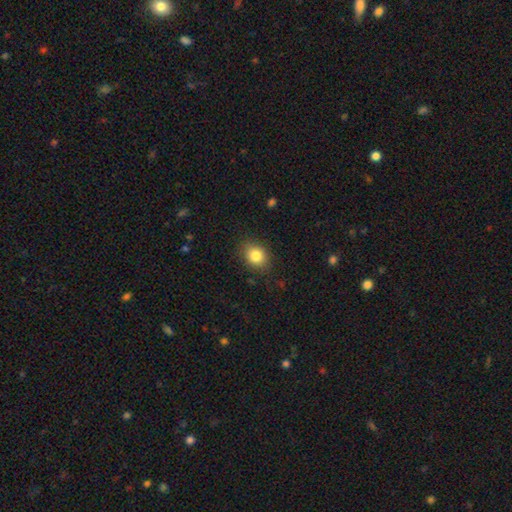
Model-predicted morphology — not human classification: Q: Smooth or featured?
A: smooth (83%); runner-up: star or artifact (10%)
Q: How rounded?
A: in between (50%); runner-up: round (49%)
Q: Merging?
A: none (85%); runner-up: minor disturbance (11%)